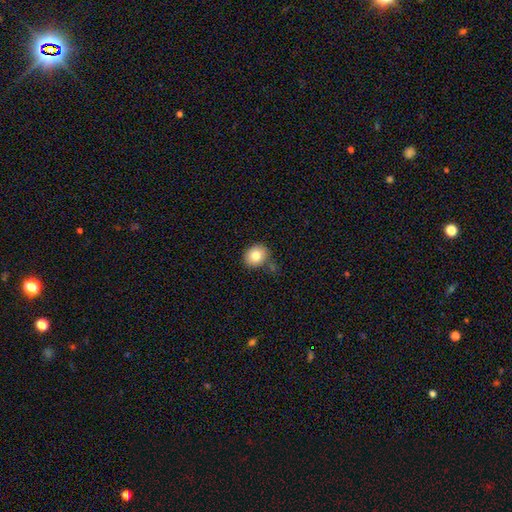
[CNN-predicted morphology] Q: Smooth or featured?
A: smooth (81%); runner-up: featured or disk (10%)
Q: How rounded?
A: round (63%); runner-up: in between (36%)
Q: Merging?
A: none (74%); runner-up: minor disturbance (15%)